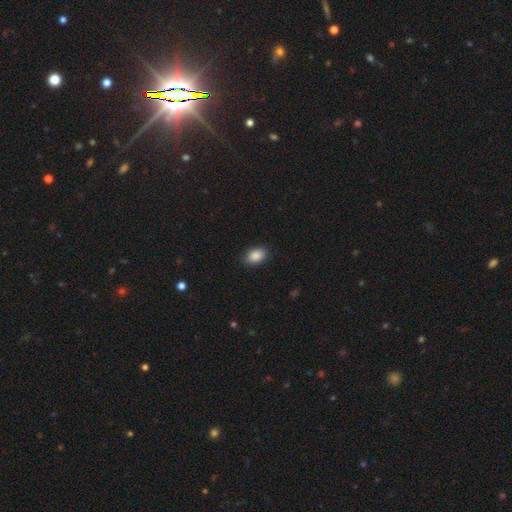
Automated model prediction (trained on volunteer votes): Smooth or featured? smooth (89%)
How rounded? in between (87%)
Merging? none (87%)